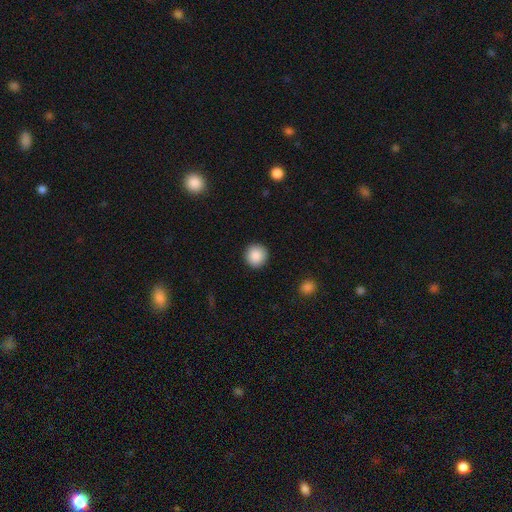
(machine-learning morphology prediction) smooth 88%, star or artifact 8%, featured or disk 4%. Down the decision tree: how rounded — round (95%); merging — none (92%).